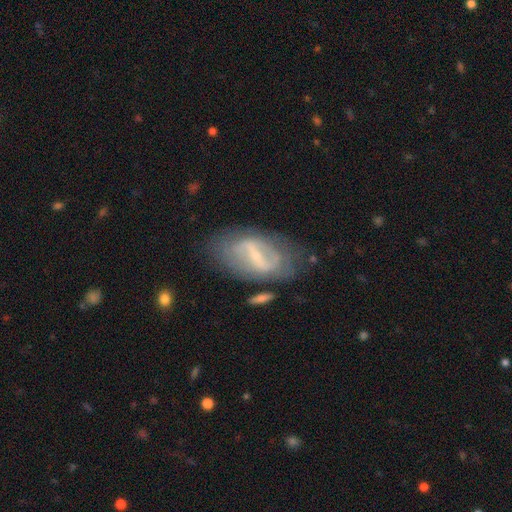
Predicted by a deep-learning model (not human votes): Q: Smooth or featured?
A: featured or disk (74%); runner-up: smooth (19%)
Q: Edge-on disk?
A: no (92%); runner-up: yes (8%)
Q: Bar?
A: strong (56%); runner-up: weak (34%)
Q: Spiral arms?
A: yes (62%); runner-up: no (38%)
Q: Bulge size?
A: small (71%); runner-up: moderate (19%)
Q: Merging?
A: none (64%); runner-up: minor disturbance (20%)